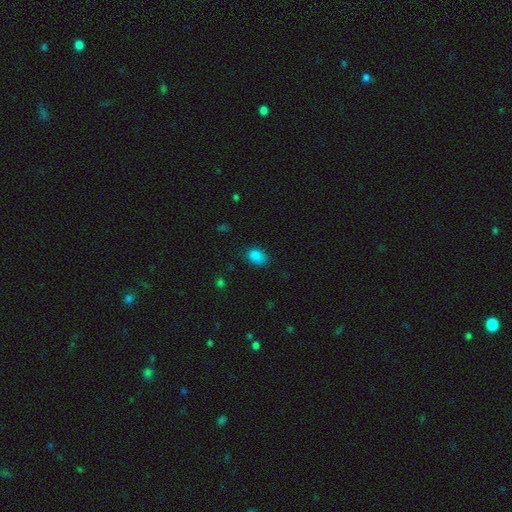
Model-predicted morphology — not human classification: A smooth galaxy with no disk features (85%) that is in between round and cigar-shaped (67%). Merging: none (74%).